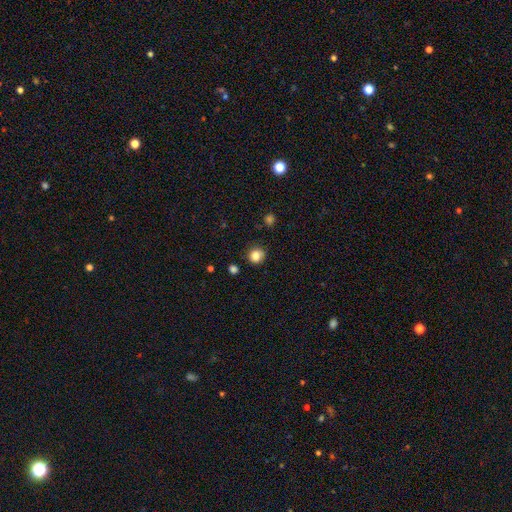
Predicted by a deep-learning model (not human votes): Smooth or featured? Predicted: smooth (p=0.85). How rounded? Predicted: round (p=0.86). Merging? Predicted: none (p=0.80).